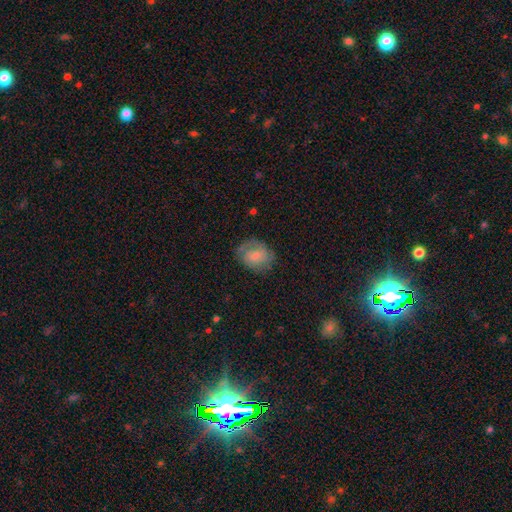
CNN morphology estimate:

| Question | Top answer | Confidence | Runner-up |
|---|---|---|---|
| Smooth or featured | smooth | 62% | featured or disk (30%) |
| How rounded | in between | 51% | round (48%) |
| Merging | none | 66% | minor disturbance (23%) |